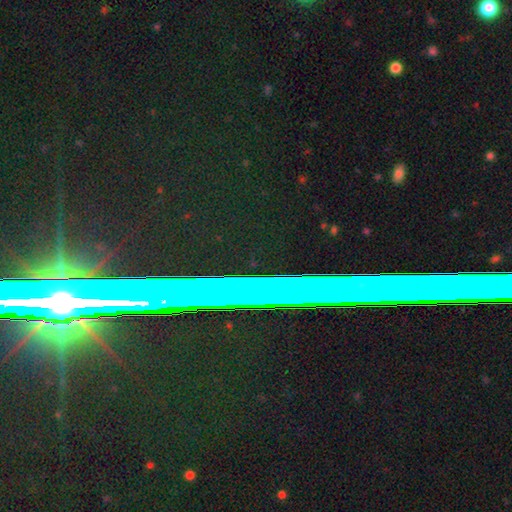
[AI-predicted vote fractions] Smooth or featured? Predicted: star or artifact (p=0.74).